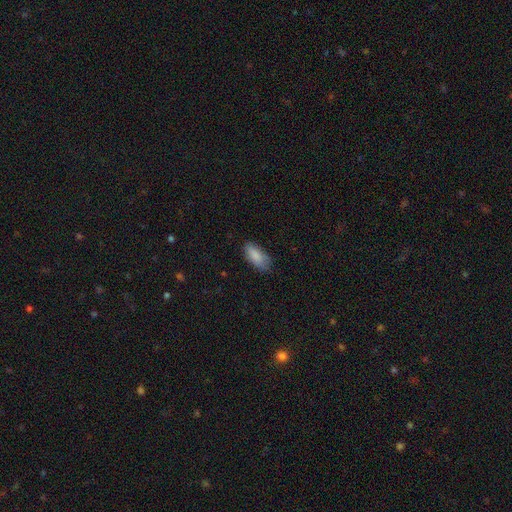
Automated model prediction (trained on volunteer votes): smooth-or-featured: smooth: 86% | featured or disk: 8% | star or artifact: 6%
  how-rounded: in between: 87% | cigar-shaped: 11% | round: 2%
  merging: none: 75% | minor disturbance: 20% | major disturbance: 4% | merger: 1%